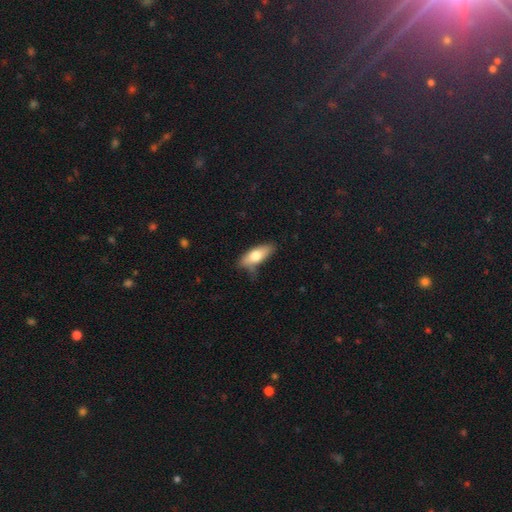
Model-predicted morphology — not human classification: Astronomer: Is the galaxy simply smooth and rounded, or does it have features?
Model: smooth — 68%.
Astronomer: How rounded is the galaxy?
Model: in between — 71%.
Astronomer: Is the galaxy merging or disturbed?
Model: none — 64%.